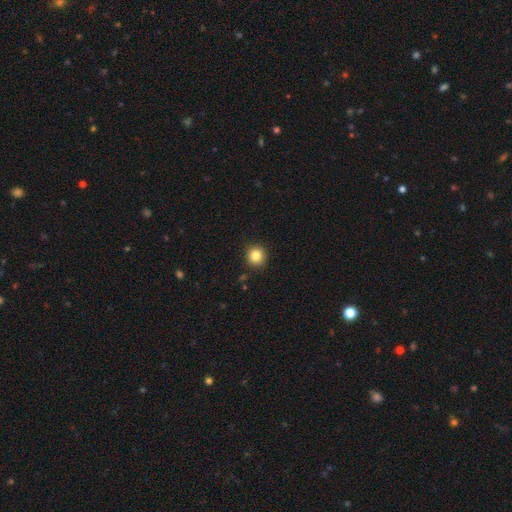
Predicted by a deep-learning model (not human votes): A smooth galaxy with no disk features (84%) that is round (92%). Merging: none (90%).